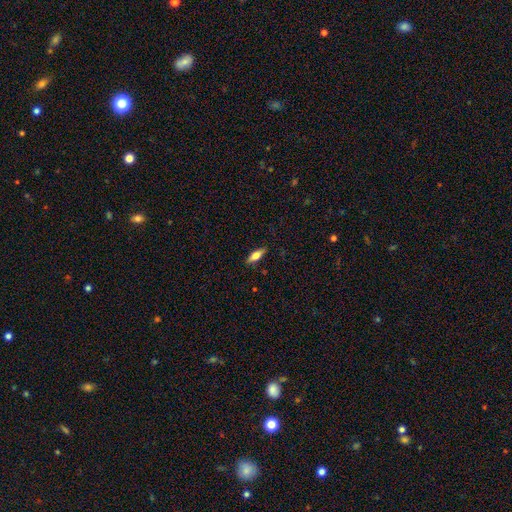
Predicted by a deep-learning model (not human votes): Overall: smooth (54%; featured or disk 39%). How rounded: in between (55%; cigar-shaped 42%). Merging: none (86%).